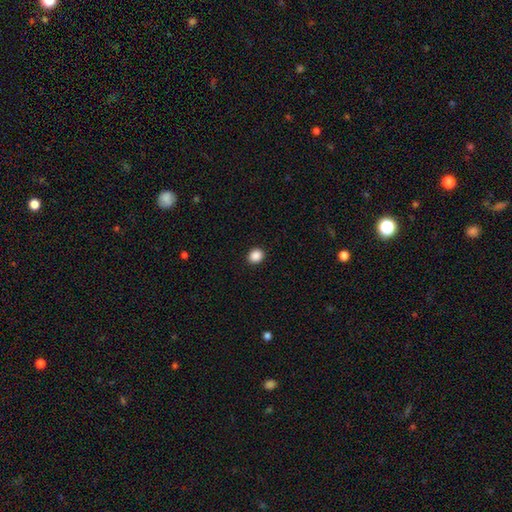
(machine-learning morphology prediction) The model was most divided on "how rounded": round: 73%, in between: 26%, cigar-shaped: 1%. More confident: merging — none (92%); smooth or featured — smooth (89%).